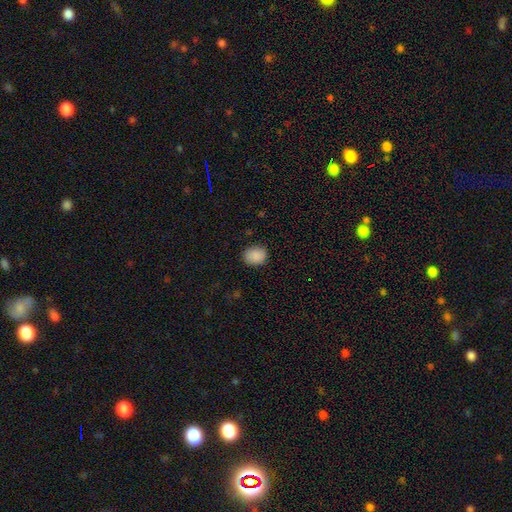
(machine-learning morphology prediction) Overall: smooth (89%). How rounded: round (57%; in between 42%). Merging: none (85%).